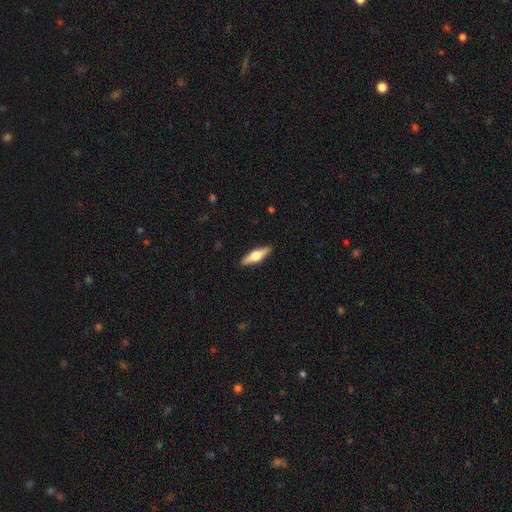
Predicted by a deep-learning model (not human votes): Smooth or featured?
  - featured or disk: 57% *
  - smooth: 38%
  - star or artifact: 5%
Edge-on disk?
  - yes: 94% *
  - no: 6%
Edge-on bulge?
  - rounded: 95% *
  - boxy: 4%
  - none: 2%
Merging?
  - none: 91% *
  - minor disturbance: 7%
  - major disturbance: 2%
  - merger: 1%